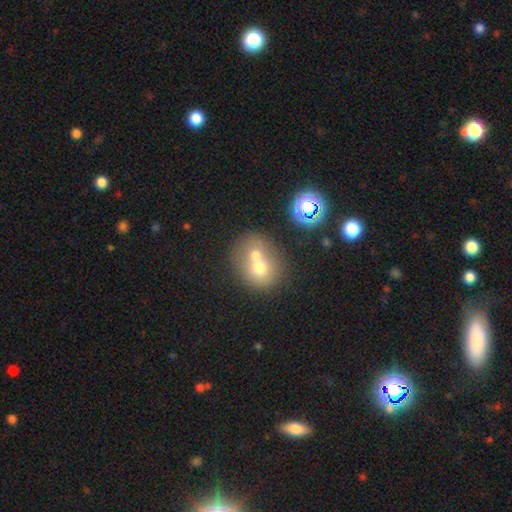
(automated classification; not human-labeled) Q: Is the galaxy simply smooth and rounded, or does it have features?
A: smooth — 64%.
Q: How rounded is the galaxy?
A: round — 73%.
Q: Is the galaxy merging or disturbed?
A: merger — 64%.